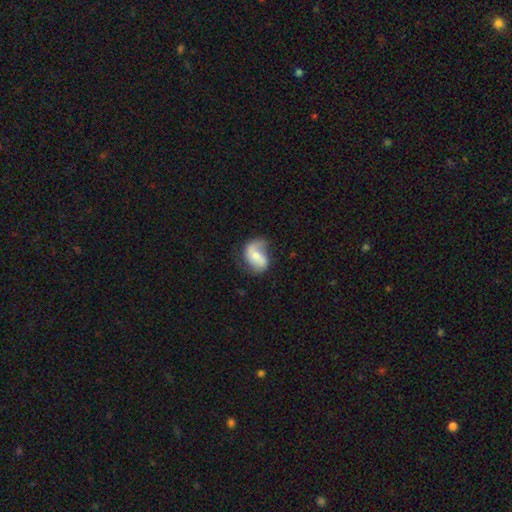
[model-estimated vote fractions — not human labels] Smooth or featured?
  - featured or disk: 58% *
  - smooth: 35%
  - star or artifact: 7%
Edge-on disk?
  - no: 96% *
  - yes: 4%
Bar?
  - no: 40% *
  - weak: 39%
  - strong: 22%
Spiral arms?
  - yes: 82% *
  - no: 18%
Bulge size?
  - moderate: 49% *
  - small: 40%
  - large: 5%
  - none: 4%
  - dominant: 1%
Merging?
  - none: 49% *
  - minor disturbance: 30%
  - major disturbance: 18%
  - merger: 3%